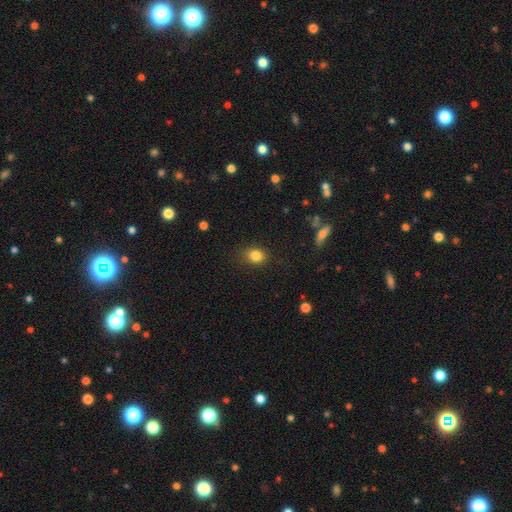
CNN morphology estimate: This appears to be a smooth galaxy with no disk features (84%) that is in between round and cigar-shaped (51%). Merging: none (82%).